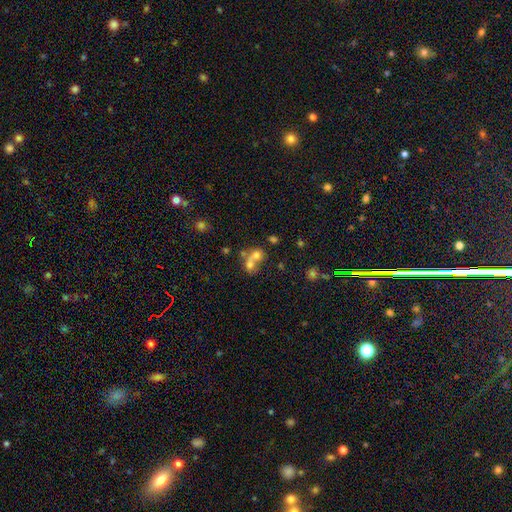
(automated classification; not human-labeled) smooth 64%, featured or disk 22%, star or artifact 14%. Down the decision tree: how rounded — round (64%); merging — merger (66%).